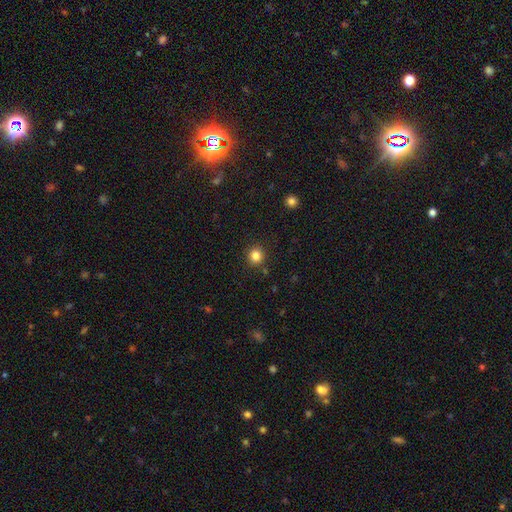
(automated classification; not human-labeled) smooth_or_featured: smooth (p=0.83) [alt: star or artifact p=0.12]
how_rounded: round (p=0.93) [alt: in between p=0.06]
merging: none (p=0.91) [alt: minor disturbance p=0.05]